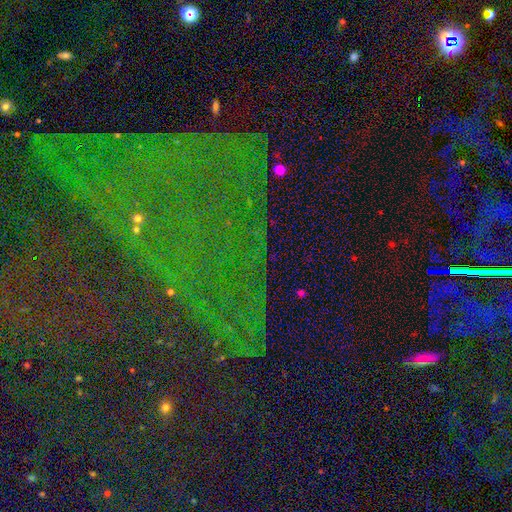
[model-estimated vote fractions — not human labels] This is clearly a star or artifact rather than a galaxy (84%).